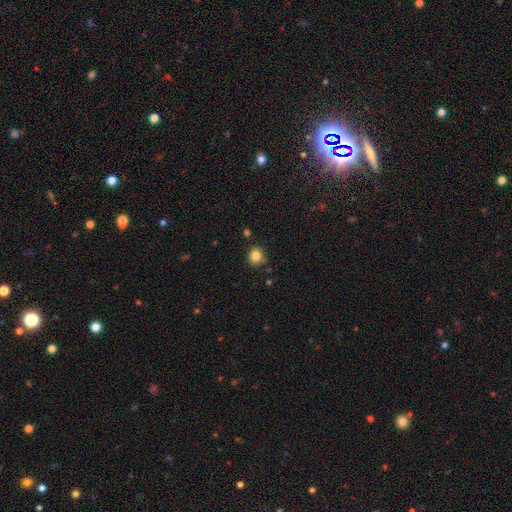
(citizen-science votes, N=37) Q: Smooth or featured?
A: smooth (89%); runner-up: featured or disk (5%)
Q: How rounded?
A: round (79%); runner-up: in between (21%)
Q: Merging?
A: none (89%); runner-up: minor disturbance (11%)